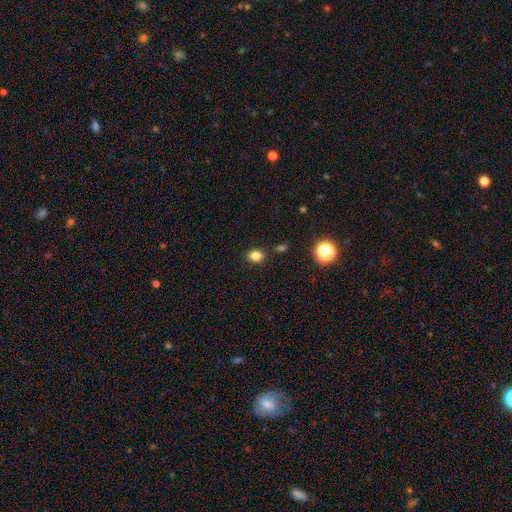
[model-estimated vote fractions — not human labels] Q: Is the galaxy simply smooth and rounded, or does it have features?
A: smooth — 82%.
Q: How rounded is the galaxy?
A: in between — 50%.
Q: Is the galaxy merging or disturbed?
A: none — 82%.